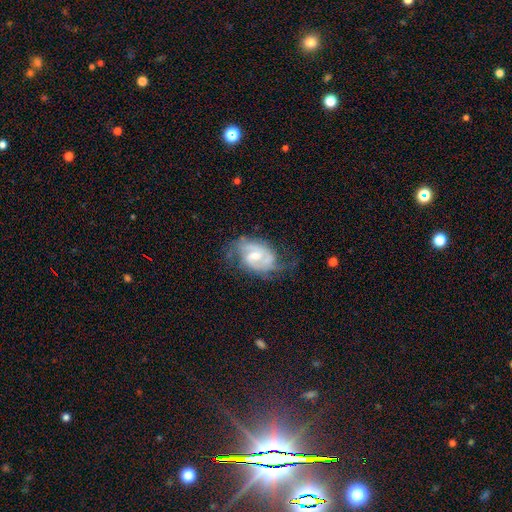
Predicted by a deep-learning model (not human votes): Q: Smooth or featured?
A: featured or disk (85%); runner-up: smooth (10%)
Q: Edge-on disk?
A: no (97%); runner-up: yes (3%)
Q: Bar?
A: weak (55%); runner-up: no (33%)
Q: Spiral arms?
A: yes (95%); runner-up: no (5%)
Q: Spiral winding?
A: medium (46%); runner-up: tight (39%)
Q: Spiral arm count?
A: 2 (74%); runner-up: can't tell (13%)
Q: Bulge size?
A: moderate (52%); runner-up: small (39%)
Q: Merging?
A: none (61%); runner-up: minor disturbance (24%)